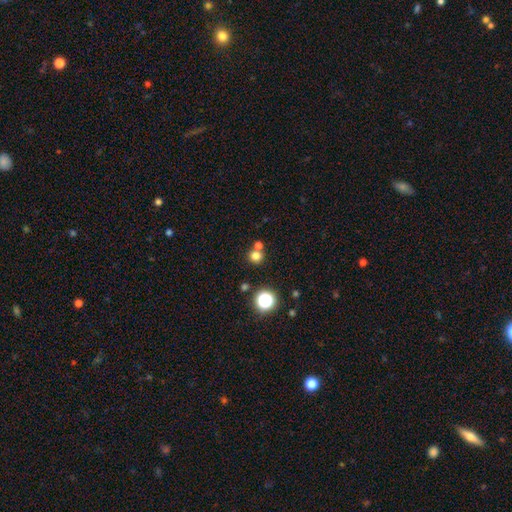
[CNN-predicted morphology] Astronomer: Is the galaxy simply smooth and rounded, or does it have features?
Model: smooth — 76%.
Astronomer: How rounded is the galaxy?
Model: round — 90%.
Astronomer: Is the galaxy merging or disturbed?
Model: none — 65%.